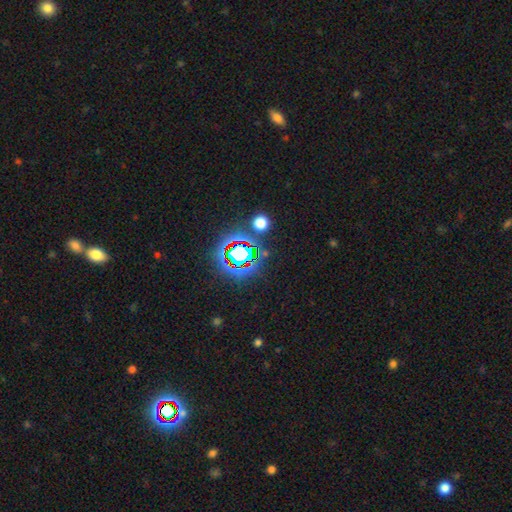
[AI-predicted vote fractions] Smooth or featured? Predicted: star or artifact (p=0.80).